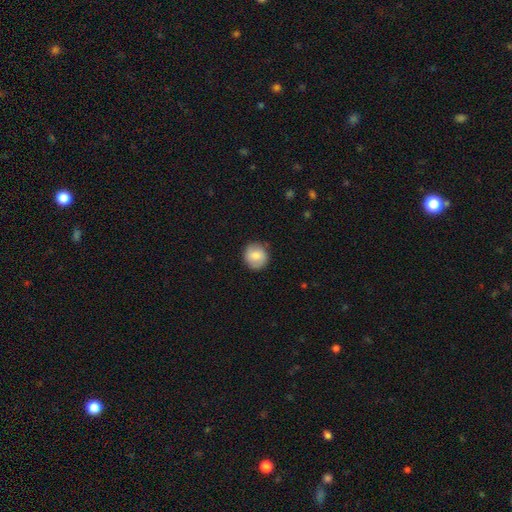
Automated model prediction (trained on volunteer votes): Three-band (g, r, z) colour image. It shows a smooth galaxy with no disk features (76%) that is round (89%). Merging: none (86%).